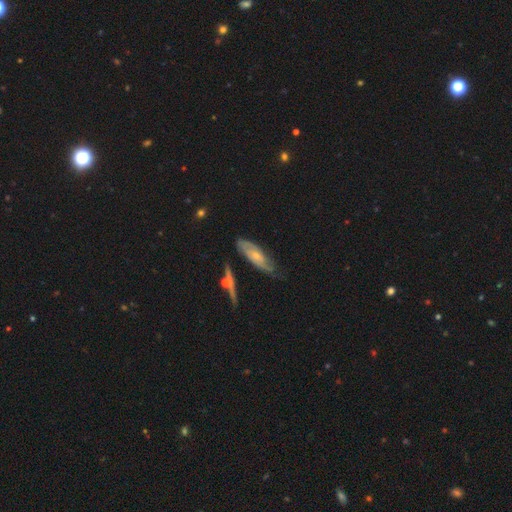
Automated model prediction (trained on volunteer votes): Q: Smooth or featured?
A: featured or disk (66%); runner-up: smooth (28%)
Q: Edge-on disk?
A: no (79%); runner-up: yes (21%)
Q: Bar?
A: no (72%); runner-up: weak (23%)
Q: Spiral arms?
A: yes (83%); runner-up: no (17%)
Q: Bulge size?
A: small (61%); runner-up: moderate (33%)
Q: Merging?
A: none (55%); runner-up: minor disturbance (30%)